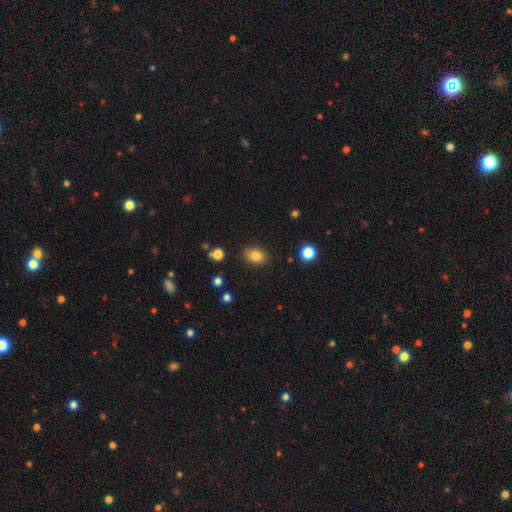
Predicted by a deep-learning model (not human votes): smooth_or_featured: smooth (p=0.82) [alt: star or artifact p=0.10]
how_rounded: in between (p=0.81) [alt: round p=0.18]
merging: none (p=0.83) [alt: minor disturbance p=0.12]